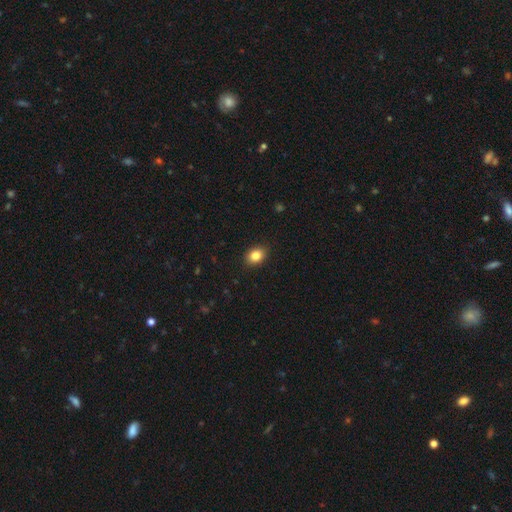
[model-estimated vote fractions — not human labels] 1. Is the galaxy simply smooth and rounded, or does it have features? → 85% smooth, 9% star or artifact, 6% featured or disk.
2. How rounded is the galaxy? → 64% in between, 35% round, 1% cigar-shaped.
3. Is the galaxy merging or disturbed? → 89% none, 9% minor disturbance, 2% major disturbance, 1% merger.